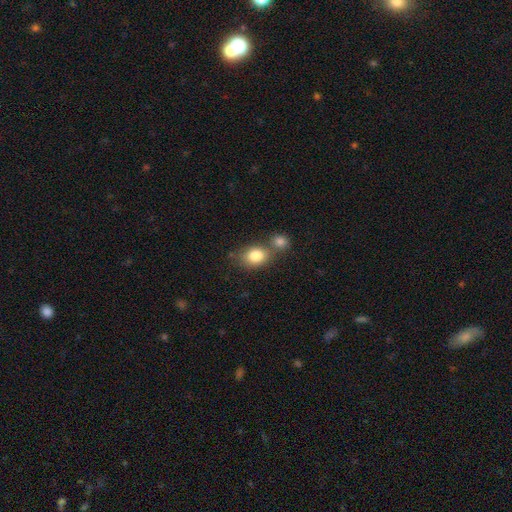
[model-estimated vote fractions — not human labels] The model was most divided on "merging": none: 48%, merger: 37%, minor disturbance: 11%, major disturbance: 4%. More confident: smooth or featured — smooth (82%); how rounded — in between (58%).